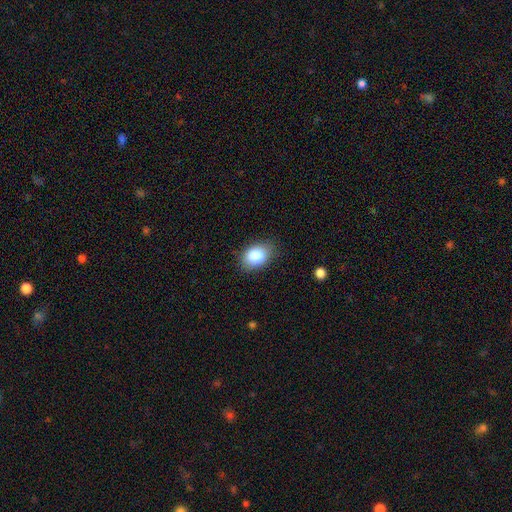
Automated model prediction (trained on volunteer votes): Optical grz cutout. It shows a smooth galaxy with no disk features (85%) that is in between round and cigar-shaped (79%). Merging: none (81%).